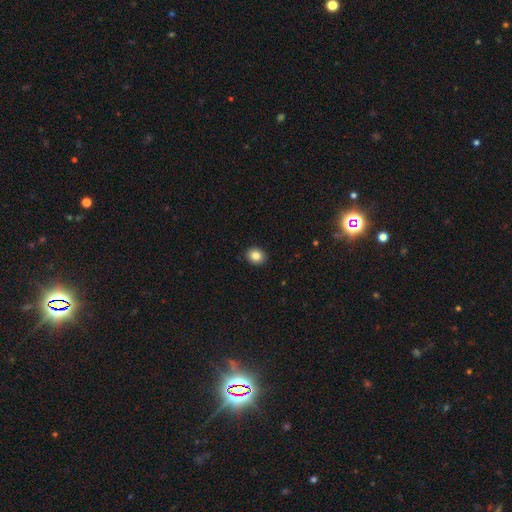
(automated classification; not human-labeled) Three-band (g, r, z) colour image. It shows a smooth galaxy with no disk features (83%) that is round (68%). Merging: none (92%).